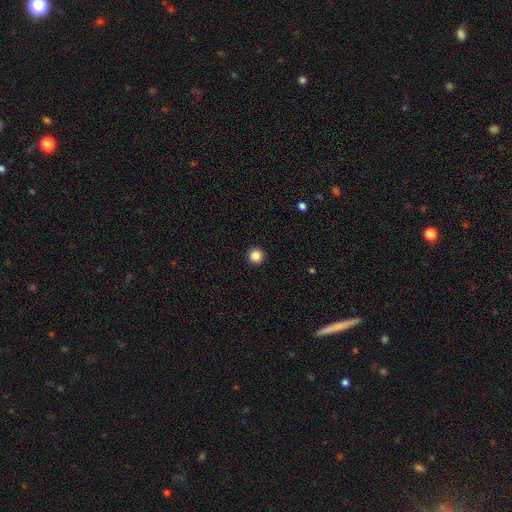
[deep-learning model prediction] Smooth or featured: smooth — 86% (star or artifact — 11%)
How rounded: round — 97% (in between — 2%)
Merging: none — 94% (minor disturbance — 4%)